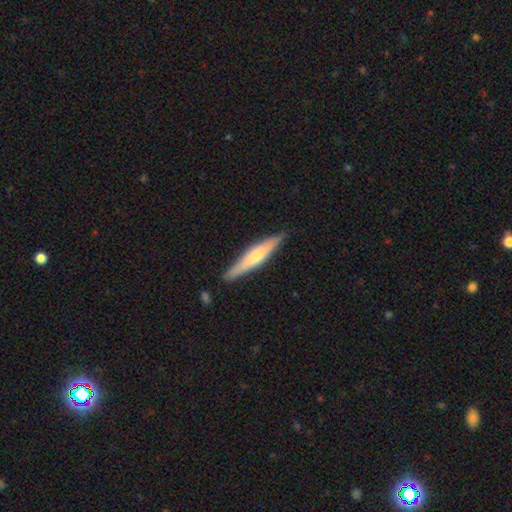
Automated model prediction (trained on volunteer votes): smooth_or_featured: featured or disk (p=0.57) [alt: smooth p=0.37]
disk_edge_on: yes (p=0.95) [alt: no p=0.05]
edge_on_bulge: rounded (p=0.74) [alt: none p=0.14]
merging: none (p=0.88) [alt: minor disturbance p=0.09]